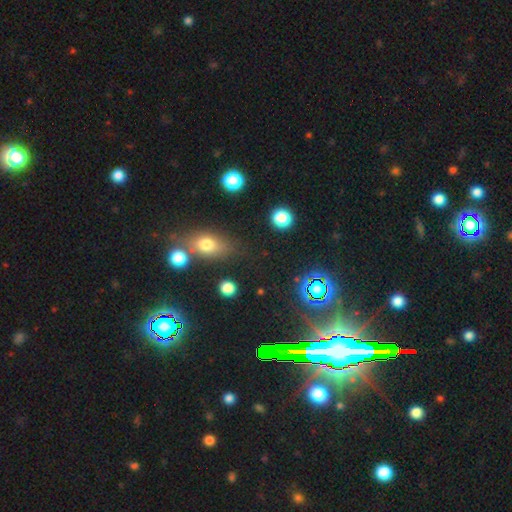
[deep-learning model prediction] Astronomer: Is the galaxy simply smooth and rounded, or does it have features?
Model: star or artifact — 49% (runner-up: smooth, 38%).